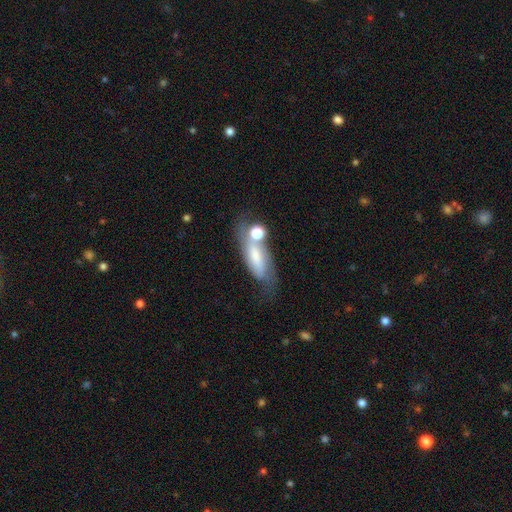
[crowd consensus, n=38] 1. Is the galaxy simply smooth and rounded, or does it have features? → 47% smooth, 45% featured or disk, 8% star or artifact.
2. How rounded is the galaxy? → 78% in between, 22% cigar-shaped, 0% round.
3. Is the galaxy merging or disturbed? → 29% none (tied), 29% merger (tied), 26% major disturbance, 17% minor disturbance.